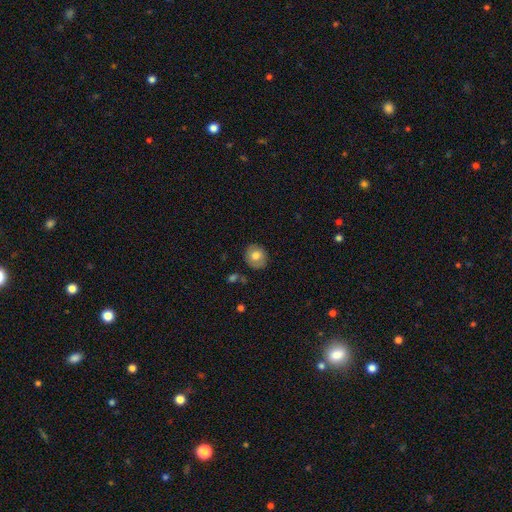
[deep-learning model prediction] Smooth or featured? Predicted: smooth (p=0.75). How rounded? Predicted: round (p=0.81). Merging? Predicted: none (p=0.86).